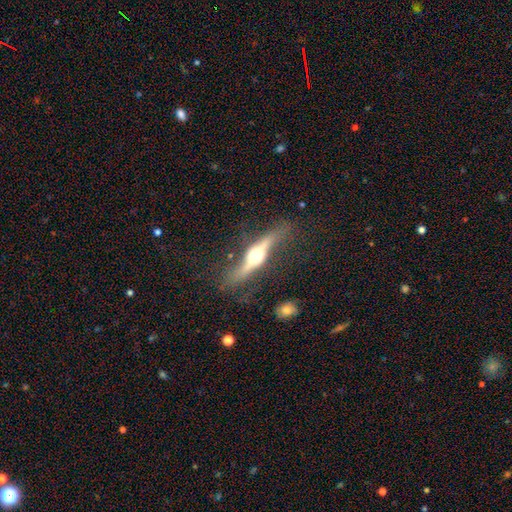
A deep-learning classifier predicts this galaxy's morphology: A featured or disk galaxy (81%) viewed edge-on (86%) with a rounded central bulge (93%). Merging: none (66%).